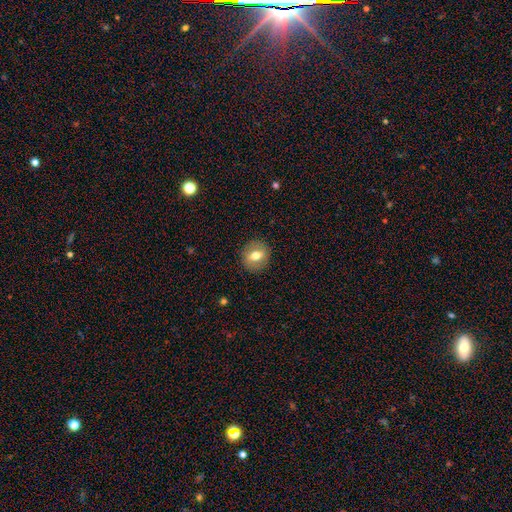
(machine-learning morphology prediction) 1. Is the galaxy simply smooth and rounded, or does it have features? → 66% smooth, 25% featured or disk, 9% star or artifact.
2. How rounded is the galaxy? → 77% round, 22% in between, 1% cigar-shaped.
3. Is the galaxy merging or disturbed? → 89% none, 8% minor disturbance, 3% major disturbance, 1% merger.